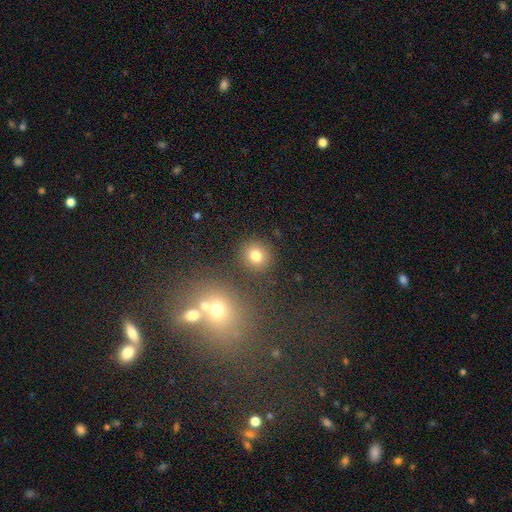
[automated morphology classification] A smooth galaxy with no disk features (77%) that is round (90%).

Vote fractions:
- Smooth or featured? smooth: 77% / star or artifact: 15% / featured or disk: 8%
- How rounded? round: 90% / in between: 9% / cigar-shaped: 1%
- Merging? none: 85% / minor disturbance: 7% / merger: 6% / major disturbance: 3%